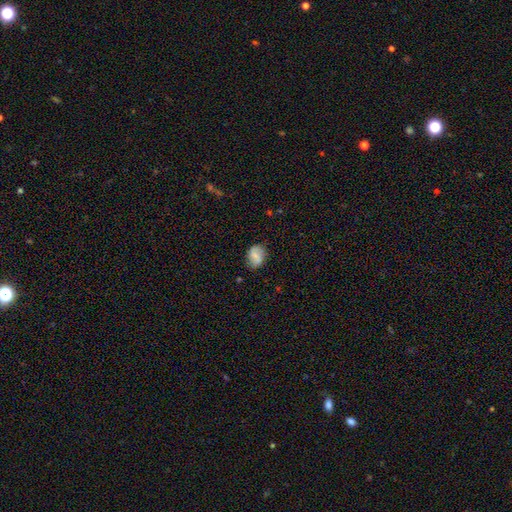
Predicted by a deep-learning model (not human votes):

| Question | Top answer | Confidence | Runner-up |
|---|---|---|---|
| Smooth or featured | smooth | 51% | featured or disk (41%) |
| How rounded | in between | 67% | round (31%) |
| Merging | none | 74% | minor disturbance (19%) |